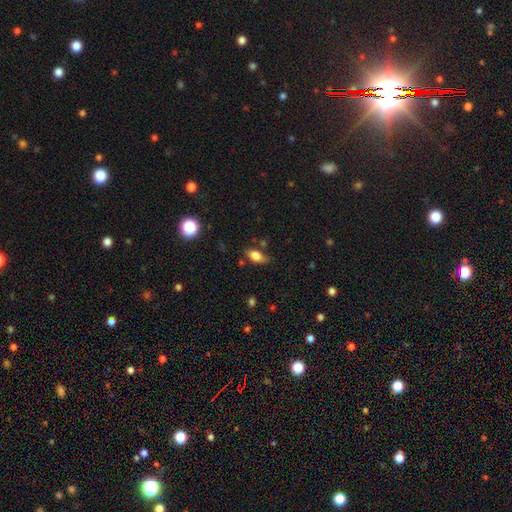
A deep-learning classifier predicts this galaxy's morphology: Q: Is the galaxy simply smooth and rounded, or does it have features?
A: smooth — 76%.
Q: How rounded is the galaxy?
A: in between — 83%.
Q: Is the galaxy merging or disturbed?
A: none — 70%.